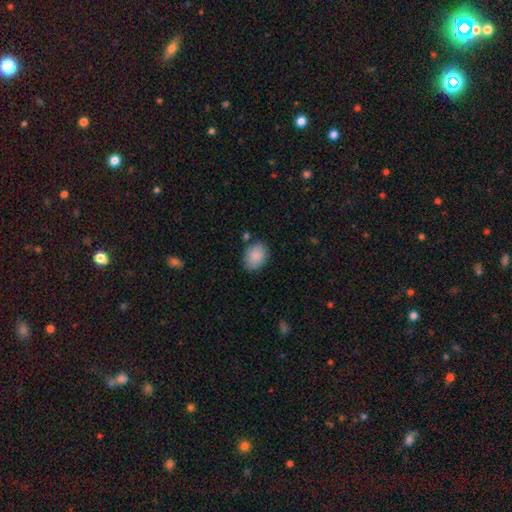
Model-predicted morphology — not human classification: The model was most divided on "how rounded": in between: 66%, round: 33%, cigar-shaped: 1%. More confident: smooth or featured — smooth (88%); merging — none (80%).